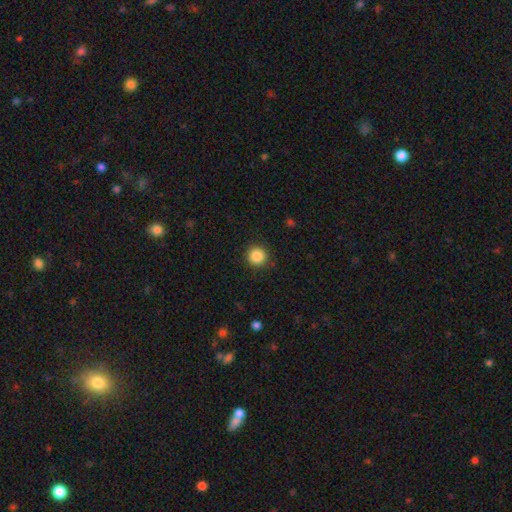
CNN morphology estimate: Smooth or featured? smooth (87%)
How rounded? round (95%)
Merging? none (90%)